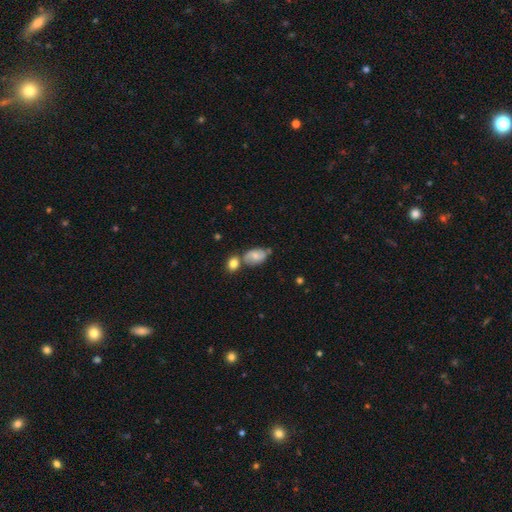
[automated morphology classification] The model was most divided on "smooth or featured": smooth: 49%, featured or disk: 43%, star or artifact: 9%. Remaining: merging — none (50%).